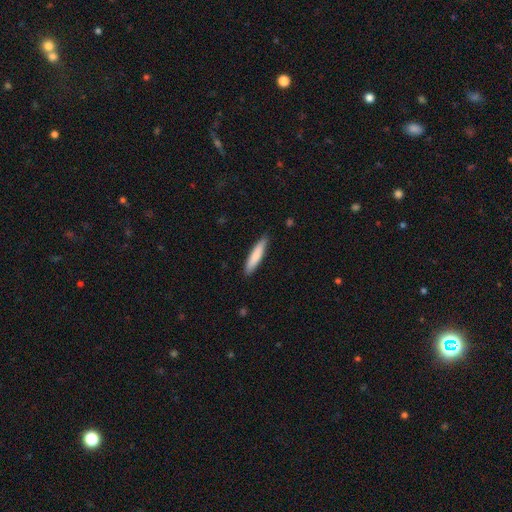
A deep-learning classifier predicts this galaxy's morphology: This is clearly a smooth galaxy (81%). How rounded: clearly cigar-shaped (85%). Merging: clearly none (87%).